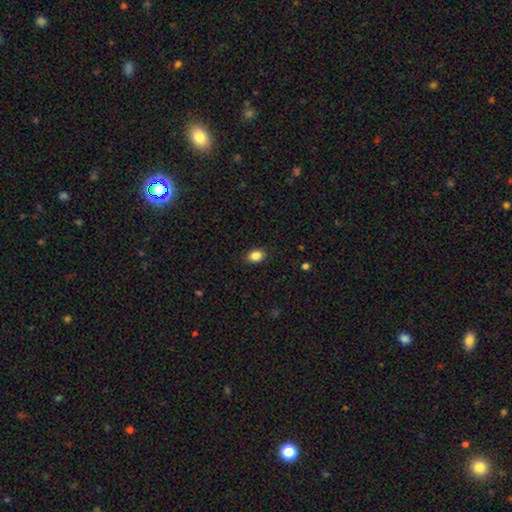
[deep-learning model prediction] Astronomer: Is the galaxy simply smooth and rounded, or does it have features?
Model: smooth — 86%.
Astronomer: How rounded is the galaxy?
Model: in between — 69%.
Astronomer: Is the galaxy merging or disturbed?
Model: none — 88%.